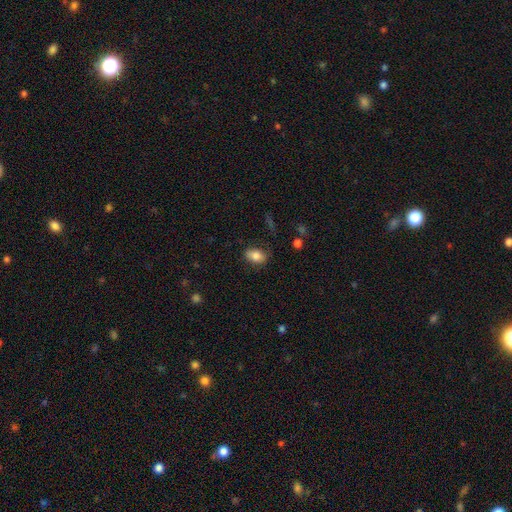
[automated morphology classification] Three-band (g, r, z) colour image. It shows a smooth galaxy with no disk features (83%) that is in between round and cigar-shaped (83%). Merging: none (79%).